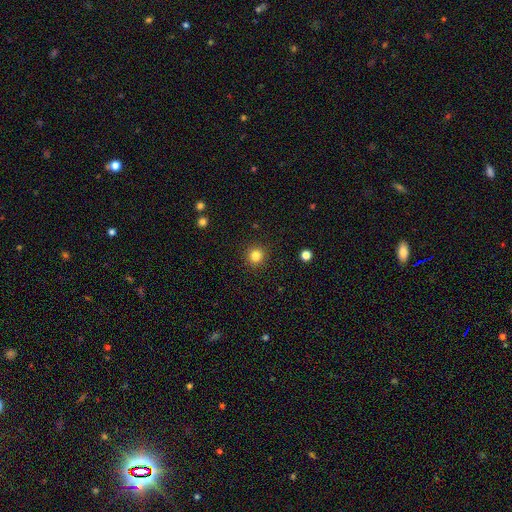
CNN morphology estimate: Smooth or featured? smooth (83%)
How rounded? round (94%)
Merging? none (92%)